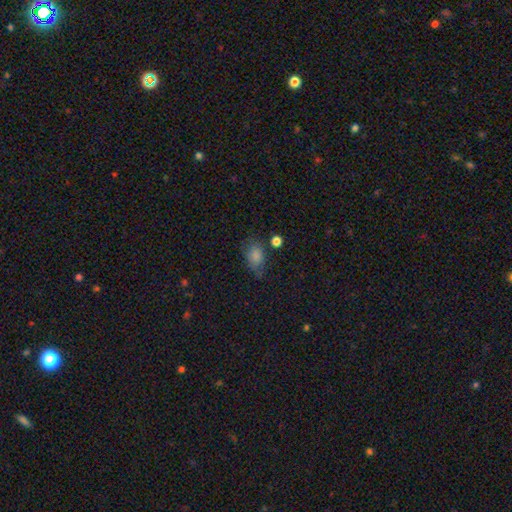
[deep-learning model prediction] smooth-or-featured: smooth: 80% | star or artifact: 11% | featured or disk: 9%
  how-rounded: in between: 80% | round: 18% | cigar-shaped: 2%
  merging: none: 56% | minor disturbance: 27% | major disturbance: 11% | merger: 5%